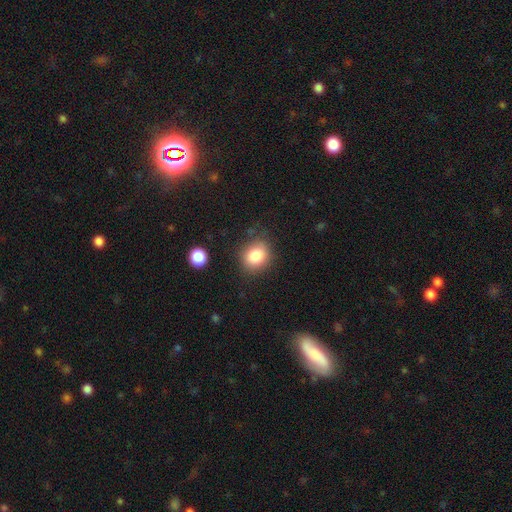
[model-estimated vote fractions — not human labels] Smooth or featured? Predicted: smooth (p=0.83). How rounded? Predicted: round (p=0.68). Merging? Predicted: none (p=0.80).